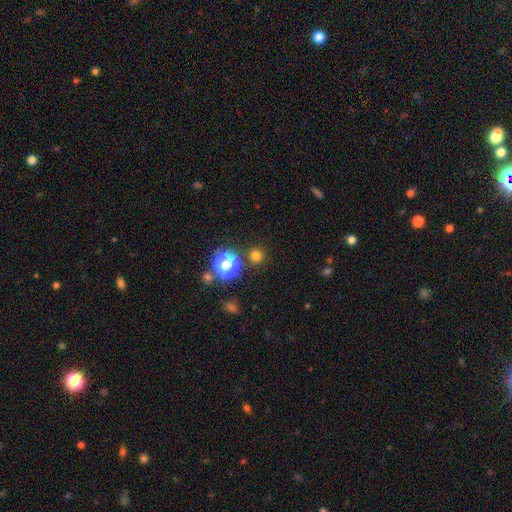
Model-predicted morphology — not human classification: A smooth galaxy with no disk features (72%) that is round (94%).

Vote fractions:
- Smooth or featured? smooth: 72% / star or artifact: 22% / featured or disk: 5%
- How rounded? round: 94% / in between: 5% / cigar-shaped: 1%
- Merging? none: 87% / minor disturbance: 6% / merger: 4% / major disturbance: 3%